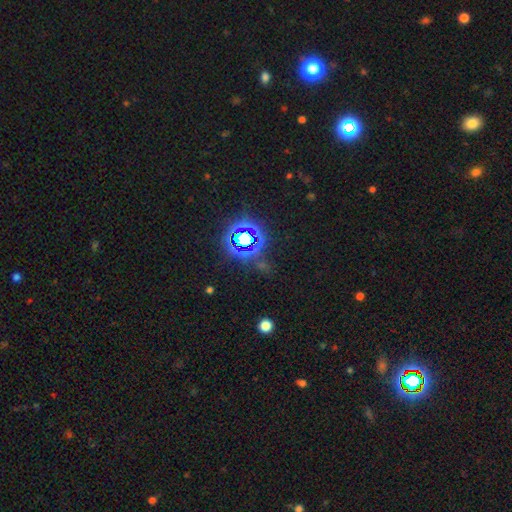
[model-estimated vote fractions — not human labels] smooth-or-featured: star or artifact: 78% | smooth: 14% | featured or disk: 7%